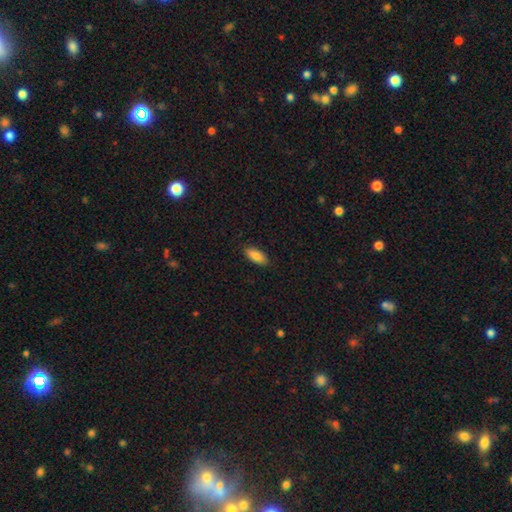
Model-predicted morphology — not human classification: Smooth or featured? Predicted: smooth (p=0.87). How rounded? Predicted: in between (p=0.84). Merging? Predicted: none (p=0.87).